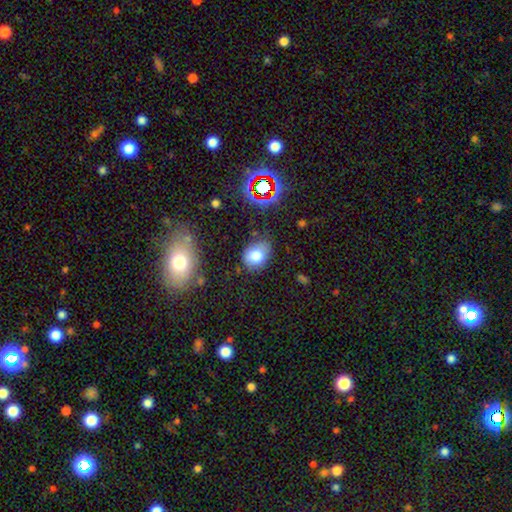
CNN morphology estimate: A smooth galaxy with no disk features (78%) that is in between round and cigar-shaped (58%). Merging: none (69%).